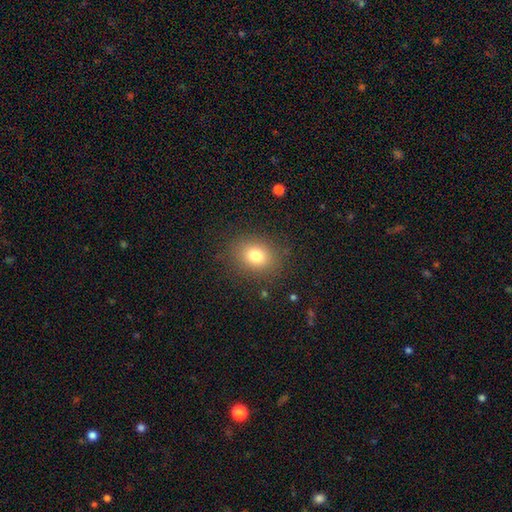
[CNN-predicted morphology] A smooth galaxy with no disk features (78%) that is round (55%). Merging: none (85%).